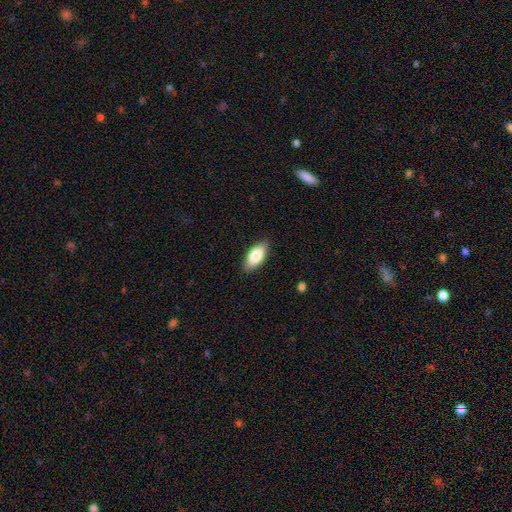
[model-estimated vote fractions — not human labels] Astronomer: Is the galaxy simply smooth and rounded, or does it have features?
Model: smooth — 80%.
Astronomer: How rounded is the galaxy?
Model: in between — 88%.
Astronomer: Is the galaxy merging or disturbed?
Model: none — 85%.